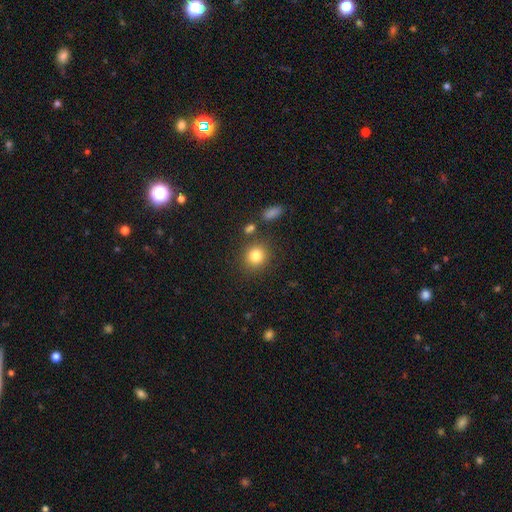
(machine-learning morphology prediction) Smooth or featured: smooth — 82% (star or artifact — 11%)
How rounded: round — 85% (in between — 14%)
Merging: none — 82% (minor disturbance — 9%)